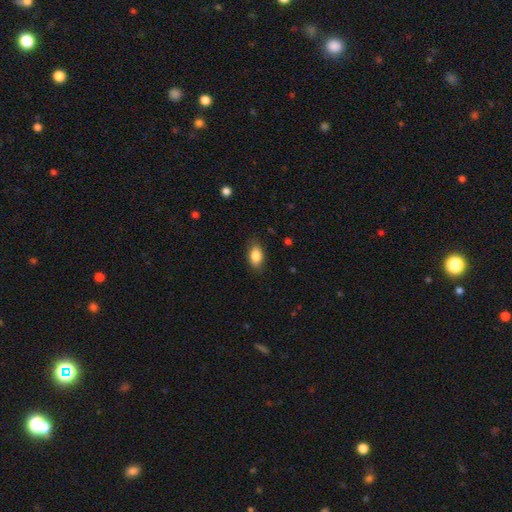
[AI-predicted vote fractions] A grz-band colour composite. It shows a smooth galaxy with no disk features (85%) that is in between round and cigar-shaped (89%). Merging: none (83%).